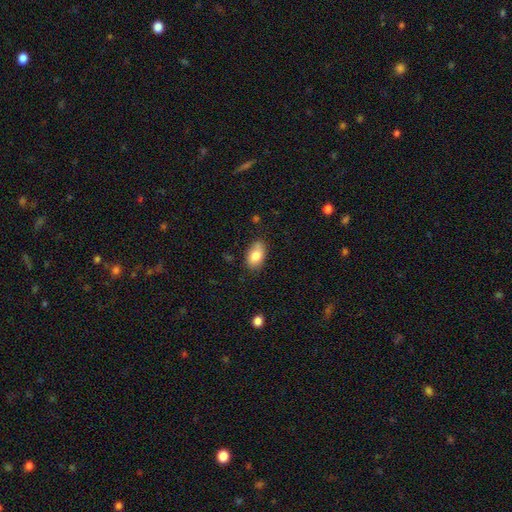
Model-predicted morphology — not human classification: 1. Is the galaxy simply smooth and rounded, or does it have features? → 82% smooth, 10% featured or disk, 7% star or artifact.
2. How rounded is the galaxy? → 90% in between, 8% round, 1% cigar-shaped.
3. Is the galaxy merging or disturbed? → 74% none, 21% minor disturbance, 3% major disturbance, 2% merger.